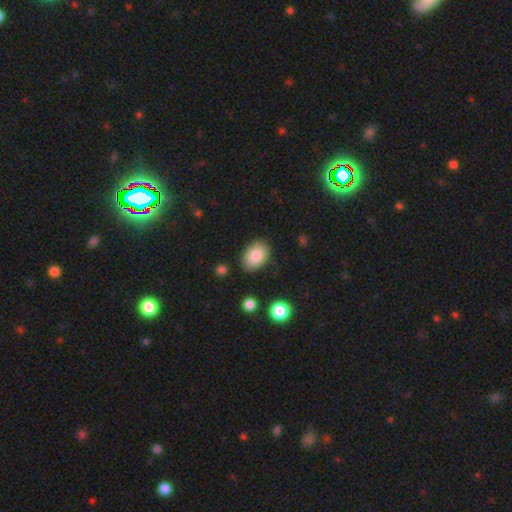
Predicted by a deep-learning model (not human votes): smooth_or_featured: smooth (p=0.87) [alt: star or artifact p=0.07]
how_rounded: in between (p=0.84) [alt: round p=0.15]
merging: none (p=0.83) [alt: minor disturbance p=0.12]